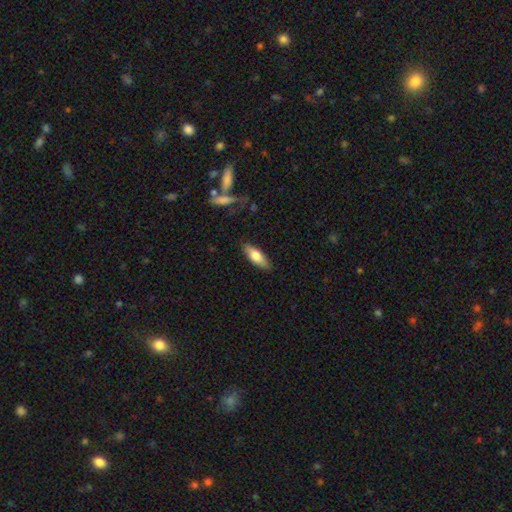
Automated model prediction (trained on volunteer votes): smooth 70%, featured or disk 24%, star or artifact 6%. Down the decision tree: how rounded — in between (62%); merging — none (85%).